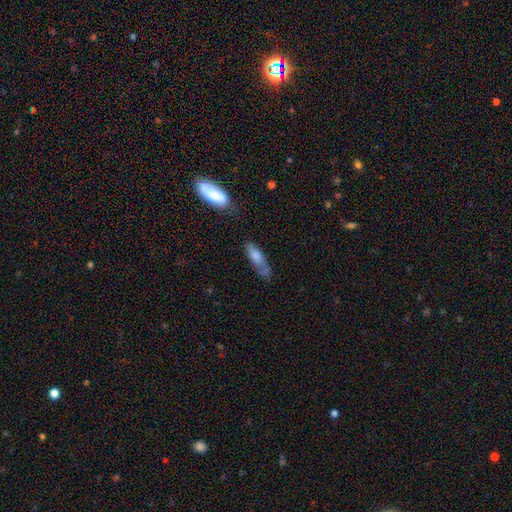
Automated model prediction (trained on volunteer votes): Smooth or featured? smooth (62%)
How rounded? cigar-shaped (49%, tied with in between)
Merging? none (48%)